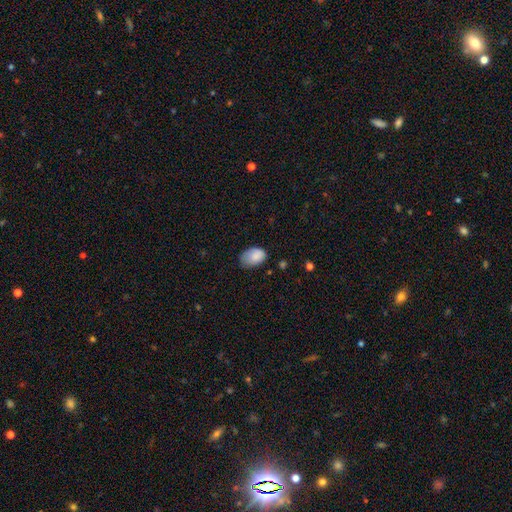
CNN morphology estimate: Smooth or featured? Predicted: smooth (p=0.85). How rounded? Predicted: in between (p=0.86). Merging? Predicted: none (p=0.54).